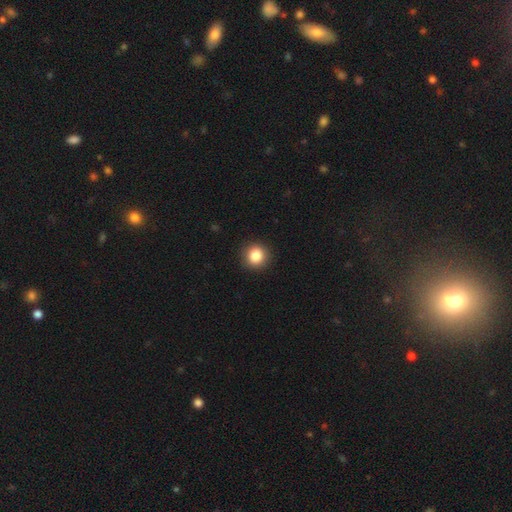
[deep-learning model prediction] The model was most divided on "smooth or featured": smooth: 85%, star or artifact: 10%, featured or disk: 5%. More confident: how rounded — round (92%); merging — none (92%).